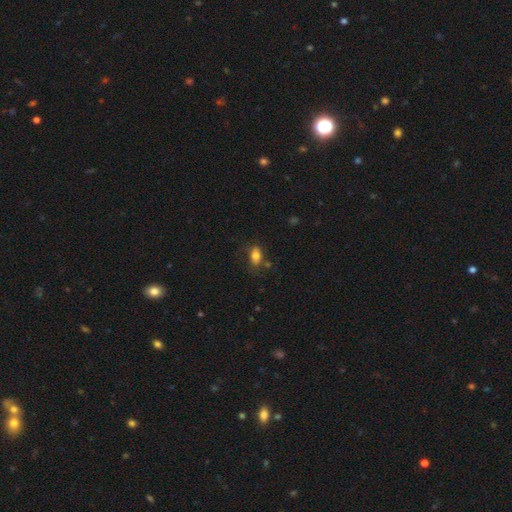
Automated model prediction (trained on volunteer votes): smooth_or_featured: smooth (p=0.82) [alt: star or artifact p=0.09]
how_rounded: in between (p=0.87) [alt: round p=0.08]
merging: none (p=0.65) [alt: minor disturbance p=0.21]